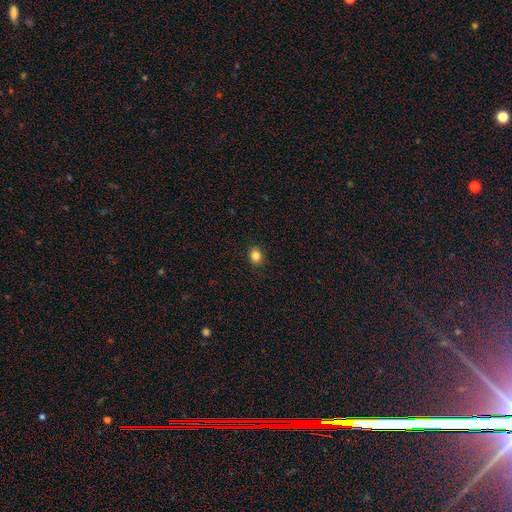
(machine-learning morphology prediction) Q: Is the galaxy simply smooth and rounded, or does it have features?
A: smooth — 84%.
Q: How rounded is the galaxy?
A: round — 66%.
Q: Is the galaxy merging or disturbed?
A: none — 91%.